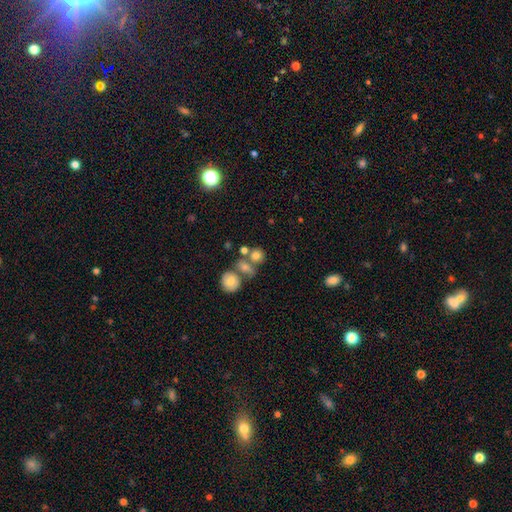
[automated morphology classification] This is likely a smooth galaxy (75%). How rounded: likely round (80%). Merging: possibly none (46%).